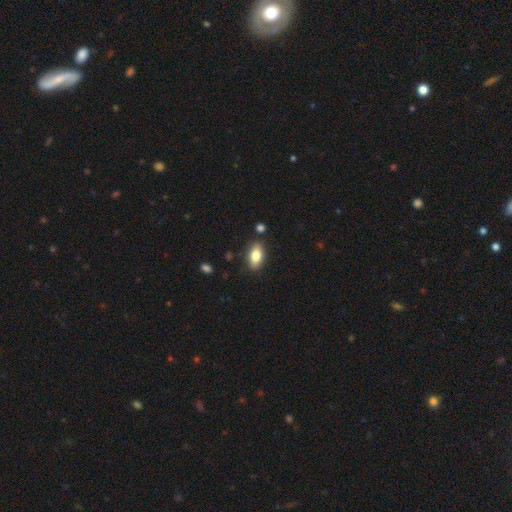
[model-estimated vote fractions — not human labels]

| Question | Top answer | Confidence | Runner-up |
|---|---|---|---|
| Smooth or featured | smooth | 78% | featured or disk (15%) |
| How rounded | in between | 86% | cigar-shaped (10%) |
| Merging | none | 85% | minor disturbance (10%) |